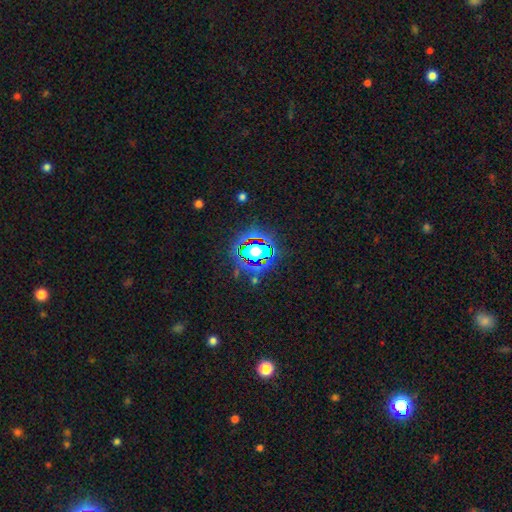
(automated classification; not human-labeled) Morphology: type=star or artifact (61%).